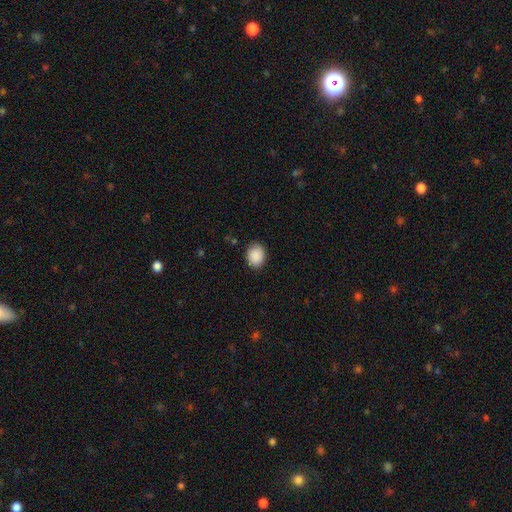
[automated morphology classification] Smooth or featured: smooth — 90% (star or artifact — 7%)
How rounded: round — 52% (in between — 48%)
Merging: none — 85% (minor disturbance — 12%)